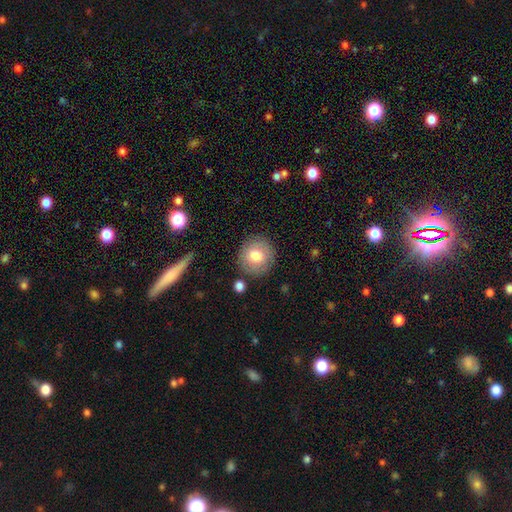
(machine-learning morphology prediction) Smooth or featured: smooth — 77% (featured or disk — 15%)
How rounded: round — 93% (in between — 6%)
Merging: none — 86% (minor disturbance — 9%)